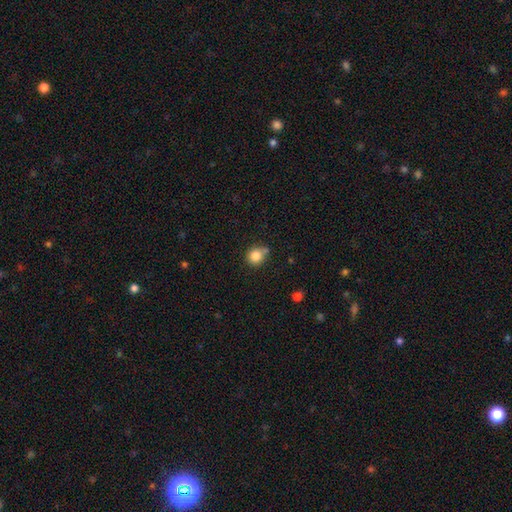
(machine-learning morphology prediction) smooth-or-featured: smooth: 83% | star or artifact: 10% | featured or disk: 6%
  how-rounded: round: 83% | in between: 16% | cigar-shaped: 1%
  merging: none: 61% | minor disturbance: 22% | merger: 12% | major disturbance: 5%